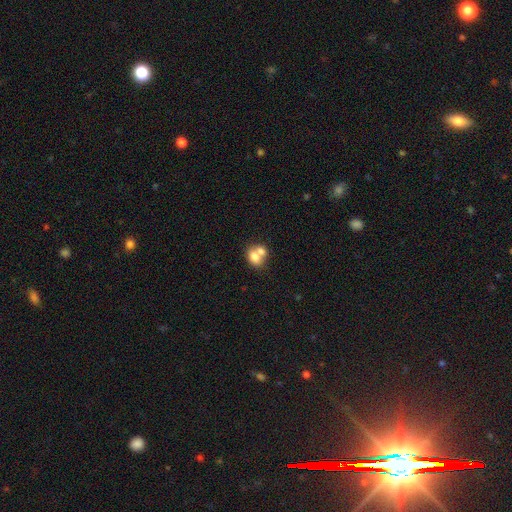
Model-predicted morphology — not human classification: This is likely a smooth galaxy (73%). How rounded: likely in between (61%). Merging: likely merger (62%).